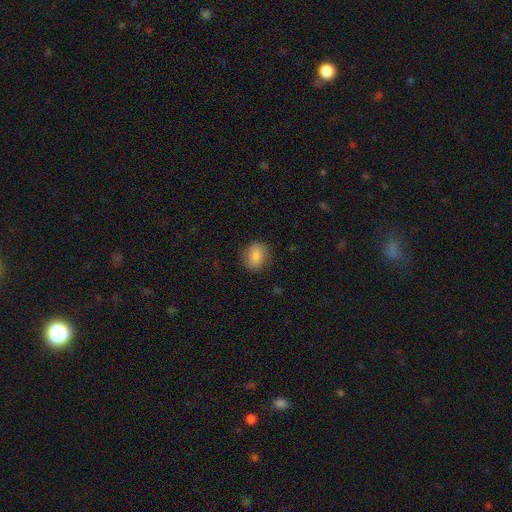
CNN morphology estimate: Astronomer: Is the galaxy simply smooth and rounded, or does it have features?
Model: smooth — 83%.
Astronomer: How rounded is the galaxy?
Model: round — 60% (runner-up: in between, 39%).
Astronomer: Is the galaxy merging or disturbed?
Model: none — 82%.